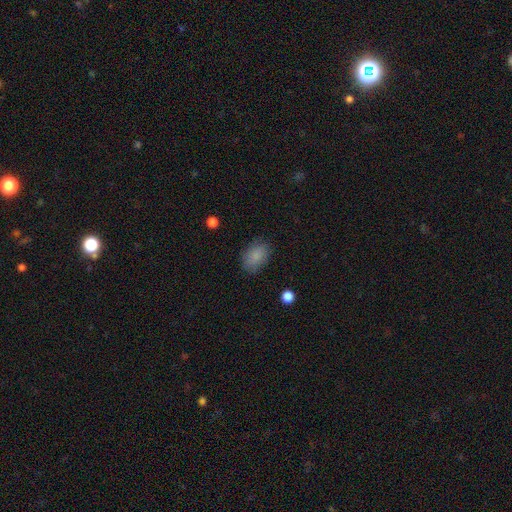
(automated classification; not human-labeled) Q: Smooth or featured?
A: smooth (85%); runner-up: star or artifact (8%)
Q: How rounded?
A: in between (83%); runner-up: round (16%)
Q: Merging?
A: none (80%); runner-up: minor disturbance (15%)